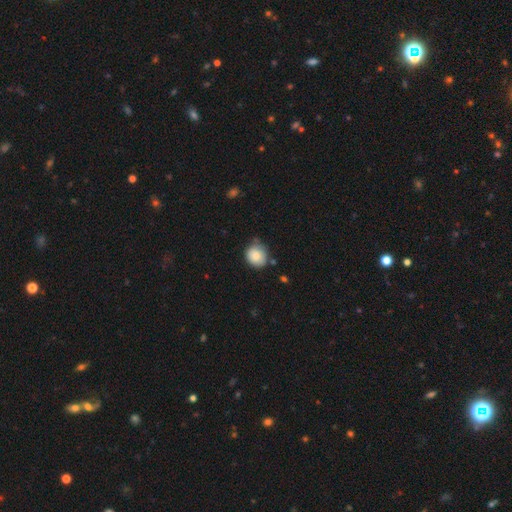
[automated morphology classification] Smooth or featured?
  - smooth: 84% *
  - star or artifact: 8%
  - featured or disk: 8%
How rounded?
  - round: 76% *
  - in between: 23%
  - cigar-shaped: 1%
Merging?
  - none: 61% *
  - minor disturbance: 29%
  - major disturbance: 5%
  - merger: 5%